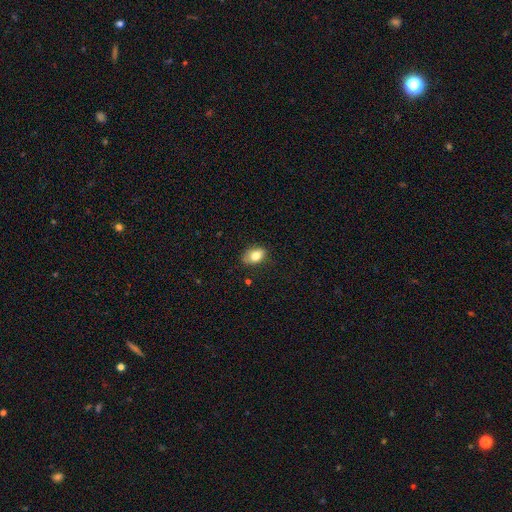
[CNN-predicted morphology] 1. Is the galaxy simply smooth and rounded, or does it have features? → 80% smooth, 12% featured or disk, 8% star or artifact.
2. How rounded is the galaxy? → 86% in between, 12% round, 2% cigar-shaped.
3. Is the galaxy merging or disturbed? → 71% none, 23% minor disturbance, 4% major disturbance, 2% merger.